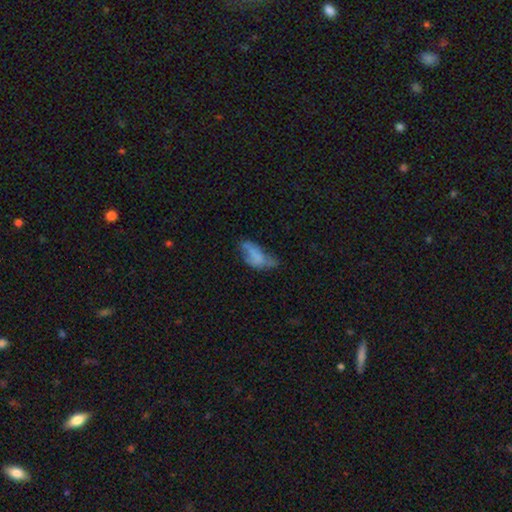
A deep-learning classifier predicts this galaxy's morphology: This appears to be a smooth galaxy with no disk features (58%) that is in between round and cigar-shaped (83%). Merging: major disturbance (31%).